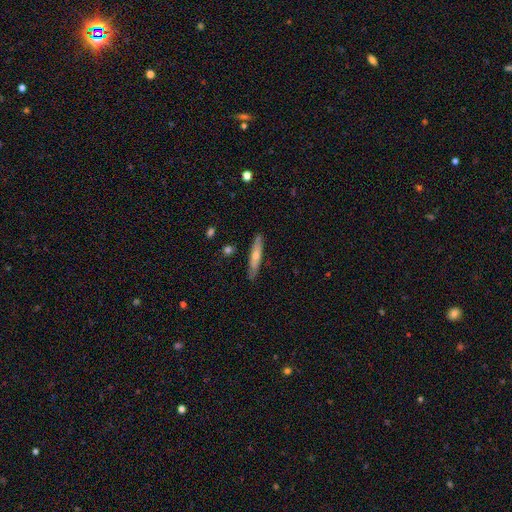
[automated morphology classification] Smooth or featured: smooth — 59% (featured or disk — 35%)
How rounded: cigar-shaped — 90% (in between — 9%)
Merging: none — 86% (minor disturbance — 10%)